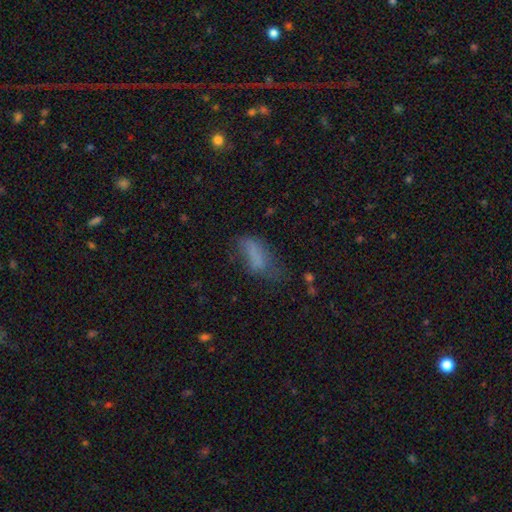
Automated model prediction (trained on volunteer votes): Smooth or featured? Predicted: smooth (p=0.68). How rounded? Predicted: in between (p=0.73). Merging? Predicted: none (p=0.36).